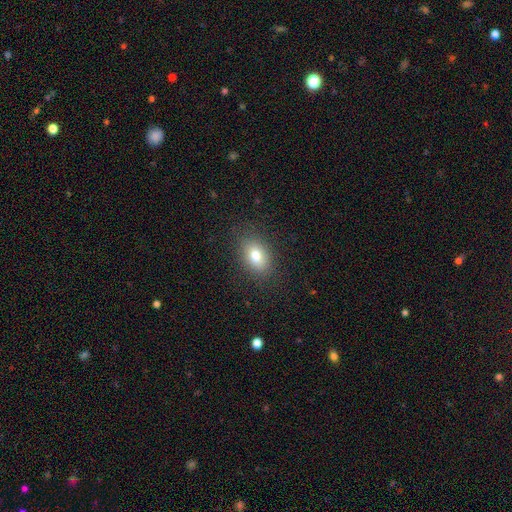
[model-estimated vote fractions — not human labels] A smooth galaxy with no disk features (79%) that is in between round and cigar-shaped (80%). Merging: none (85%).